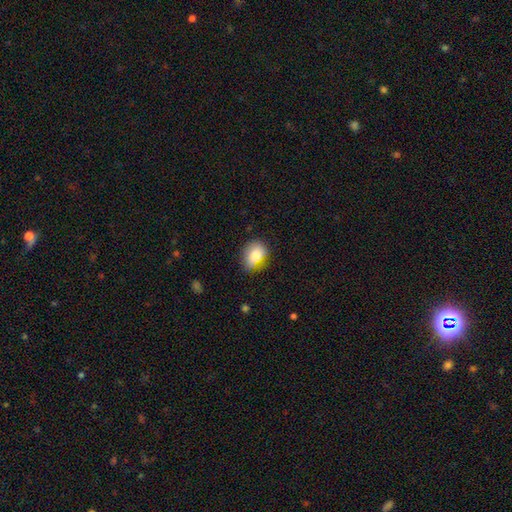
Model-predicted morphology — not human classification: type=smooth (79%); roundness=in between (59%); merging=none (64%).